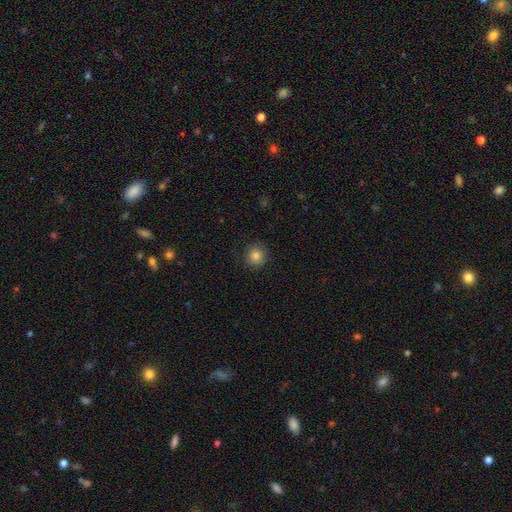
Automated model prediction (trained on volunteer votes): Smooth or featured? Predicted: smooth (p=0.83). How rounded? Predicted: round (p=0.92). Merging? Predicted: none (p=0.89).